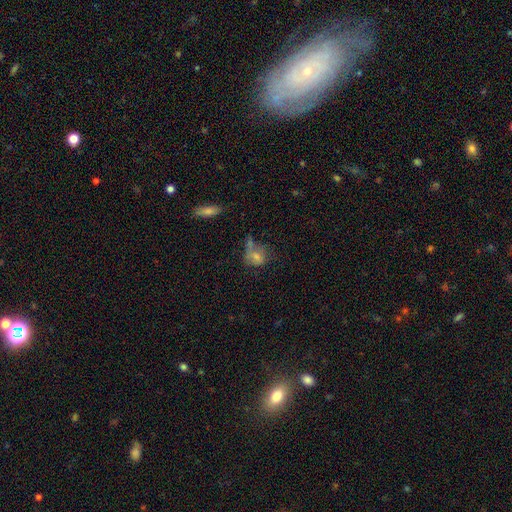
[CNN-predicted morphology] Smooth or featured: smooth — 65% (featured or disk — 22%)
How rounded: in between — 52% (round — 45%)
Merging: none — 36% (minor disturbance — 23%)